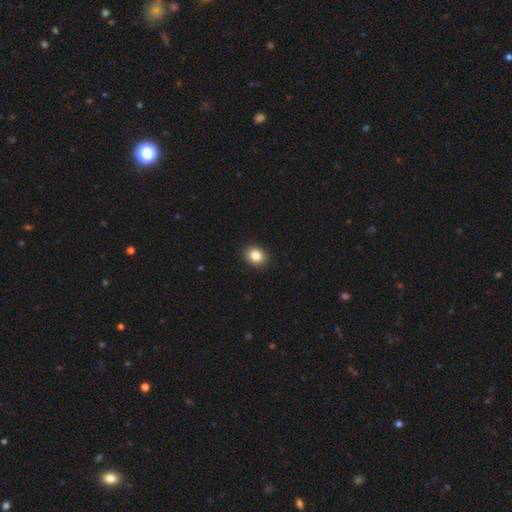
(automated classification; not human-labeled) Smooth or featured? smooth (85%)
How rounded? in between (50%)
Merging? none (92%)